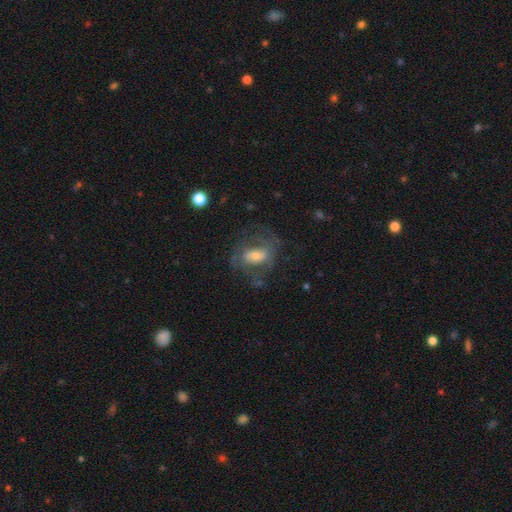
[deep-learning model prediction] Smooth or featured?
  - featured or disk: 63% *
  - smooth: 27%
  - star or artifact: 9%
Edge-on disk?
  - no: 94% *
  - yes: 6%
Bar?
  - weak: 41% *
  - no: 36%
  - strong: 22%
Spiral arms?
  - yes: 69% *
  - no: 31%
Bulge size?
  - moderate: 43% *
  - small: 40%
  - large: 10%
  - none: 5%
  - dominant: 2%
Merging?
  - none: 53% *
  - major disturbance: 25%
  - minor disturbance: 20%
  - merger: 2%